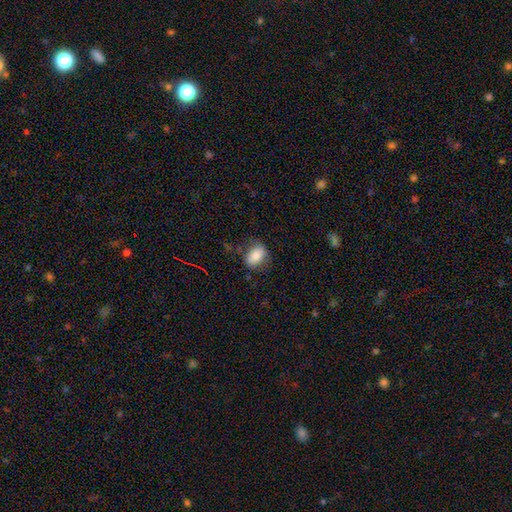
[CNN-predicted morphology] Smooth or featured: smooth — 83% (featured or disk — 9%)
How rounded: in between — 80% (round — 19%)
Merging: none — 70% (minor disturbance — 20%)